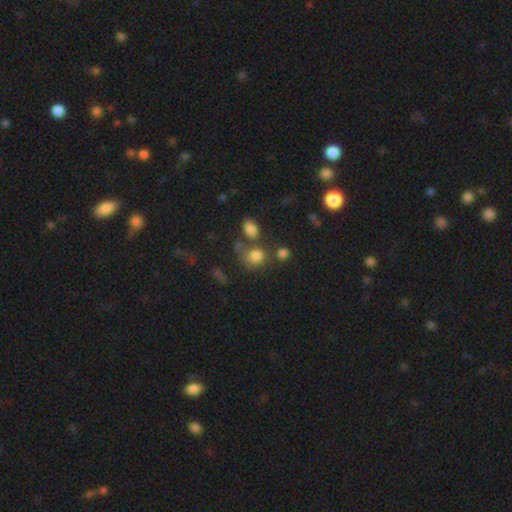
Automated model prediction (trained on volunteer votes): smooth-or-featured: smooth: 78% | star or artifact: 13% | featured or disk: 9%
  how-rounded: round: 69% | in between: 29% | cigar-shaped: 1%
  merging: none: 53% | merger: 24% | minor disturbance: 14% | major disturbance: 8%